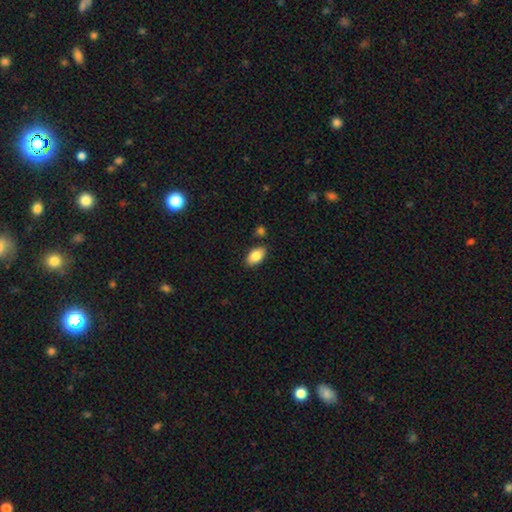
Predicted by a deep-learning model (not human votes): Overall: smooth (85%). How rounded: in between (93%). Merging: none (83%).